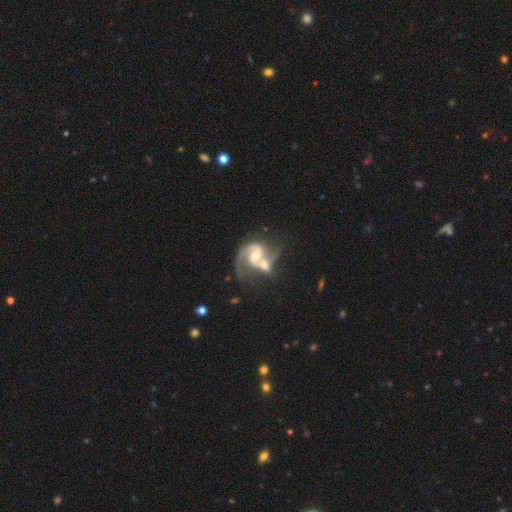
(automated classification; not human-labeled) A featured or disk galaxy (85%) with a weak bar (44%), 2 (77%) medium (52%) spiral arms (94%) and a moderate central bulge (50%).

Vote fractions:
- Smooth or featured? featured or disk: 85% / smooth: 9% / star or artifact: 6%
- Edge-on disk? no: 98% / yes: 2%
- Bar? weak: 44% / no: 40% / strong: 15%
- Spiral arms? yes: 94% / no: 6%
- Spiral winding? medium: 52% / loose: 34% / tight: 14%
- Spiral arm count? 2: 77% / 1: 14% / can't tell: 5% / 3: 2% / 4: 1% / more than 4: 1%
- Bulge size? moderate: 50% / small: 34% / large: 8% / none: 7% / dominant: 1%
- Merging? merger: 60% / none: 19% / major disturbance: 13% / minor disturbance: 9%